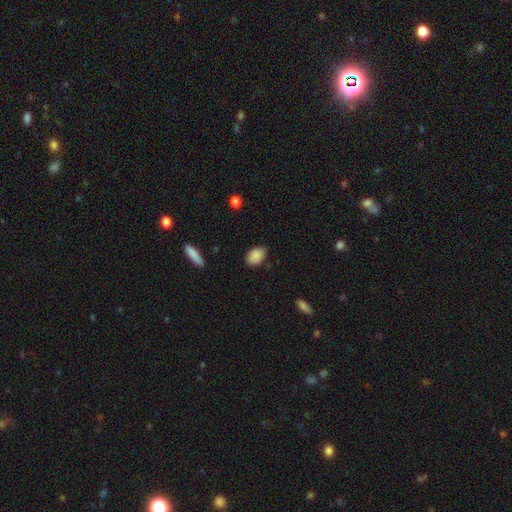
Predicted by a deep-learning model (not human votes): A smooth galaxy with no disk features (88%) that is in between round and cigar-shaped (83%).

Vote fractions:
- Smooth or featured? smooth: 88% / star or artifact: 7% / featured or disk: 5%
- How rounded? in between: 83% / round: 15% / cigar-shaped: 1%
- Merging? none: 79% / minor disturbance: 17% / major disturbance: 3% / merger: 1%